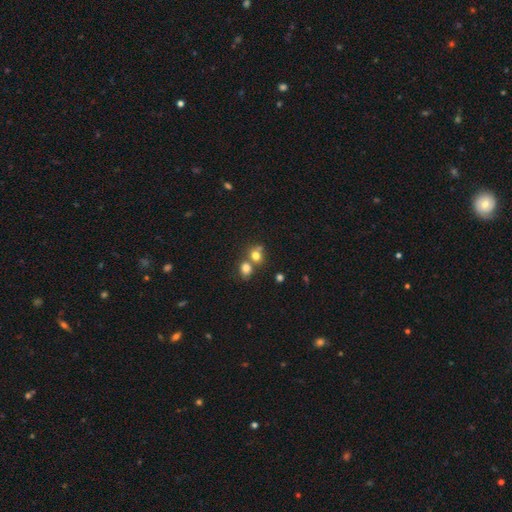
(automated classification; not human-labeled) smooth-or-featured: smooth: 75% | star or artifact: 14% | featured or disk: 10%
  how-rounded: round: 66% | in between: 33% | cigar-shaped: 1%
  merging: merger: 45% | none: 42% | minor disturbance: 9% | major disturbance: 4%